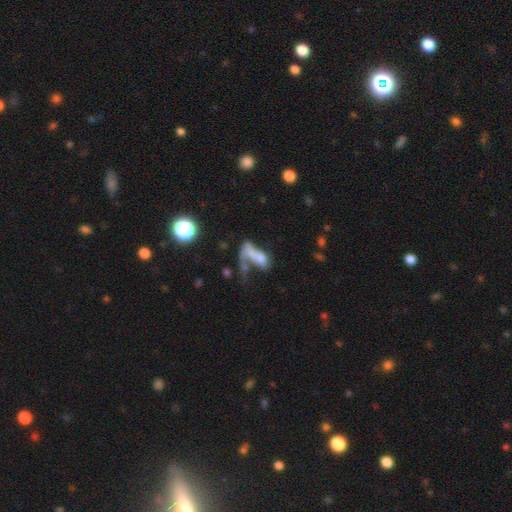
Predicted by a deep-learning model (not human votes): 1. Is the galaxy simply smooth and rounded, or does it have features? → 50% smooth, 36% featured or disk, 14% star or artifact.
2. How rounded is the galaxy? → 71% in between, 22% cigar-shaped, 7% round.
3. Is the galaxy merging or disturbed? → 39% major disturbance, 36% merger, 15% none, 10% minor disturbance.